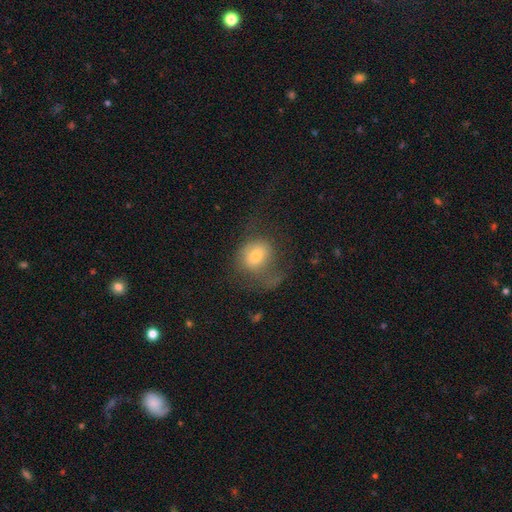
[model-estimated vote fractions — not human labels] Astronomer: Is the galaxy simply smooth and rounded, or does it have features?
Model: smooth — 62%.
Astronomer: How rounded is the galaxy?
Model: round — 56% (runner-up: in between, 43%).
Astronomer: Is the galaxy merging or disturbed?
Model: major disturbance — 43% (runner-up: none, 33%).